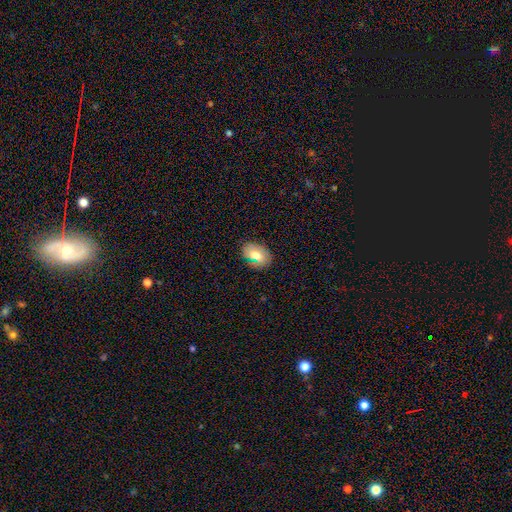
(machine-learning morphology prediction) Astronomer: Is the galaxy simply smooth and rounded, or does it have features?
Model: smooth — 72%.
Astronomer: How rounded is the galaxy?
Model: in between — 80%.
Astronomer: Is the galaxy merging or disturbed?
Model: none — 80%.